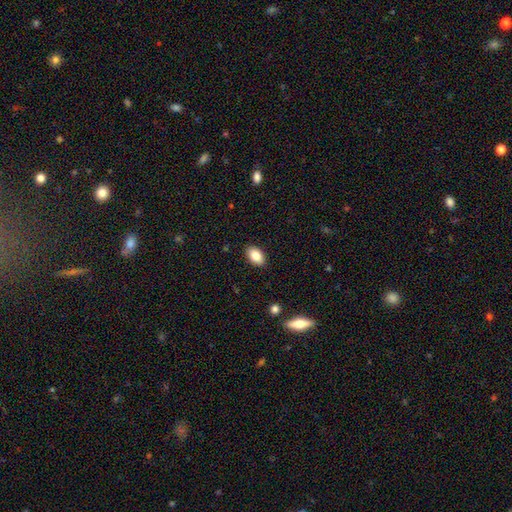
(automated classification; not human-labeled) The model was most divided on "smooth or featured": smooth: 84%, featured or disk: 8%, star or artifact: 8%. More confident: how rounded — in between (91%); merging — none (89%).